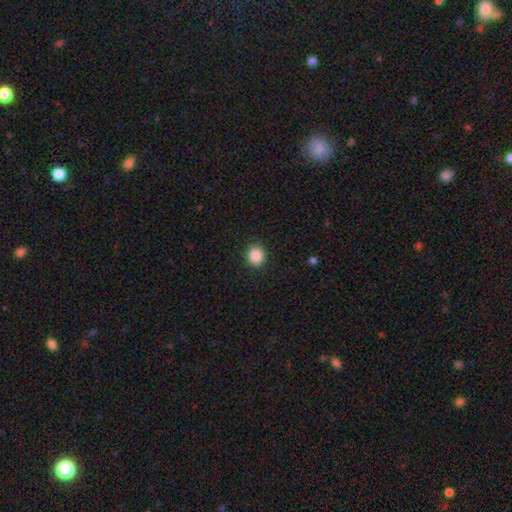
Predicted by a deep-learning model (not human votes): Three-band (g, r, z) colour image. It shows a smooth galaxy with no disk features (88%) that is round (86%). Merging: none (90%).